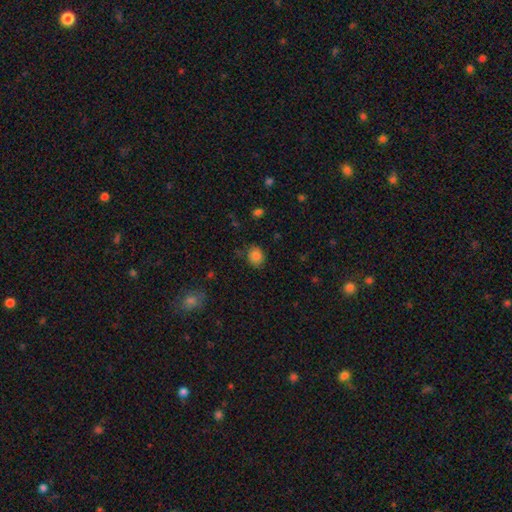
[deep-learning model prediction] The model was most divided on "how rounded": round: 63%, in between: 36%, cigar-shaped: 1%. More confident: smooth or featured — smooth (84%); merging — none (81%).